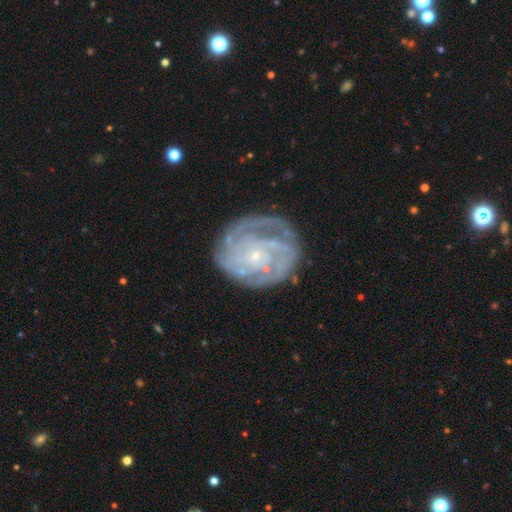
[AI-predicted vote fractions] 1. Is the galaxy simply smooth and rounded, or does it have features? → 84% featured or disk, 10% smooth, 6% star or artifact.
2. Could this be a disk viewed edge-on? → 97% no, 3% yes.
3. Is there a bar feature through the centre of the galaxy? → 74% no, 20% weak, 6% strong.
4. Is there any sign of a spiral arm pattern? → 94% yes, 6% no.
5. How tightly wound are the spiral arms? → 72% tight, 22% medium, 5% loose.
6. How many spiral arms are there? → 33% can't tell, 19% 3, 17% 4, 15% 2, 9% more than 4, 7% 1.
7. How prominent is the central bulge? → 87% small, 8% moderate, 3% none, 1% large, 1% dominant.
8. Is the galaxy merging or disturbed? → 71% none, 18% minor disturbance, 9% major disturbance, 2% merger.